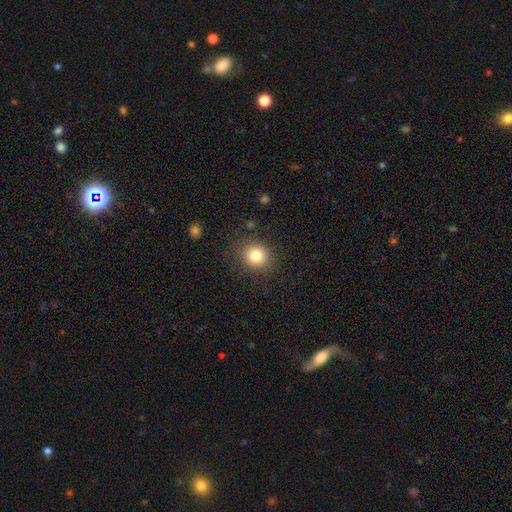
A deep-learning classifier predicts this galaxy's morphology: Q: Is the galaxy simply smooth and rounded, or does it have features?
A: smooth — 81%.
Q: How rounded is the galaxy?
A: round — 84%.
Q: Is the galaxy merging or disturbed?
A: none — 87%.